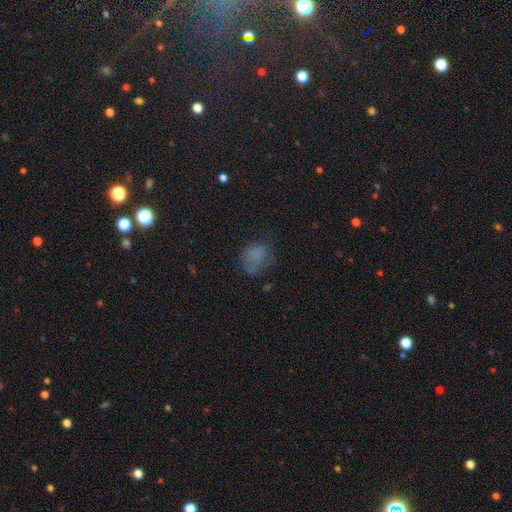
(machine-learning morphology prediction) smooth-or-featured: smooth: 69% | star or artifact: 17% | featured or disk: 14%
  how-rounded: round: 55% | in between: 43% | cigar-shaped: 1%
  merging: none: 57% | minor disturbance: 25% | major disturbance: 16% | merger: 3%